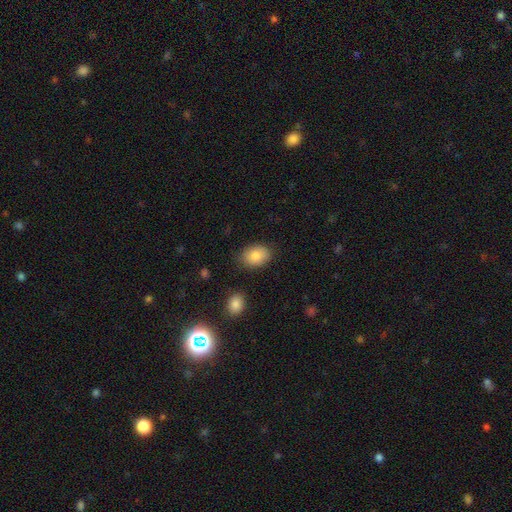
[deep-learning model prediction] smooth 84%, featured or disk 9%, star or artifact 8%. Down the decision tree: how rounded — in between (75%); merging — none (81%).